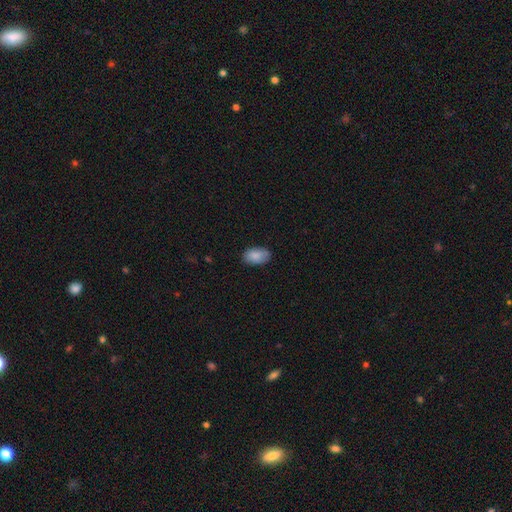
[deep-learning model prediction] This appears to be a smooth galaxy with no disk features (87%) that is in between round and cigar-shaped (93%). Merging: none (80%).